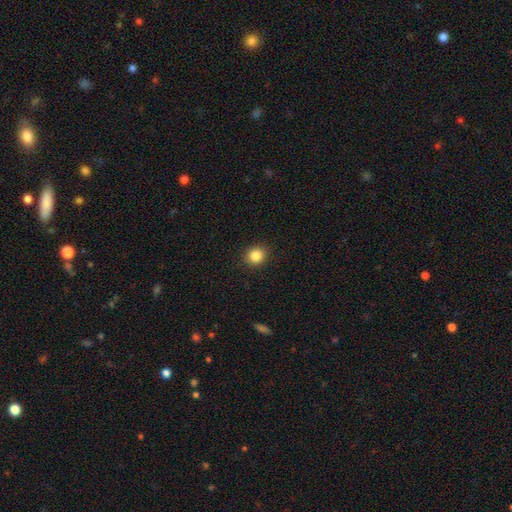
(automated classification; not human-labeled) Smooth or featured? smooth (85%)
How rounded? round (82%)
Merging? none (91%)